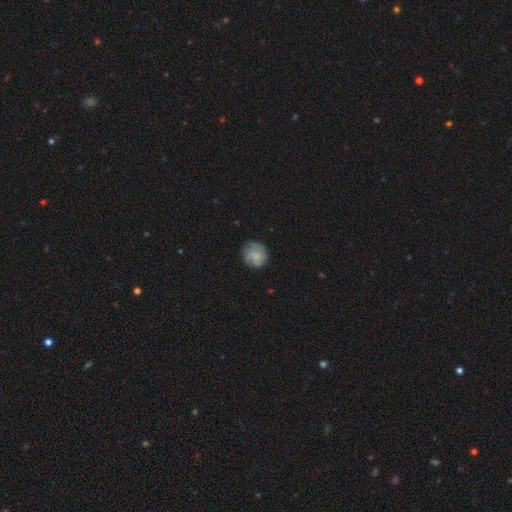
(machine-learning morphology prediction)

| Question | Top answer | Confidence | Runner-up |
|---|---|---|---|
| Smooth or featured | smooth | 63% | featured or disk (28%) |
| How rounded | round | 85% | in between (14%) |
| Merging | none | 70% | minor disturbance (21%) |